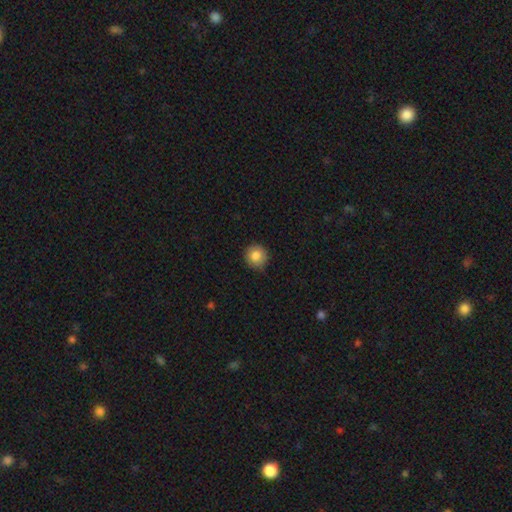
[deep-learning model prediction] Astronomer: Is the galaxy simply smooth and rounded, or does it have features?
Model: smooth — 84%.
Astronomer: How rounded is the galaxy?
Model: round — 93%.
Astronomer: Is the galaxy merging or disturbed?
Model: none — 85%.